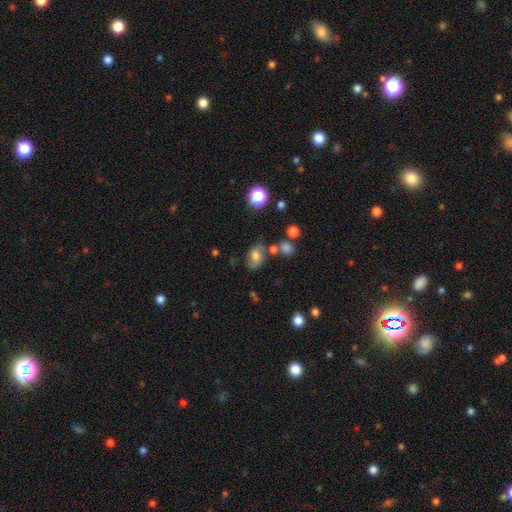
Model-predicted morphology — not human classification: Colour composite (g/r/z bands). It shows a smooth galaxy with no disk features (63%) that is in between round and cigar-shaped (75%). Merging: none (58%).